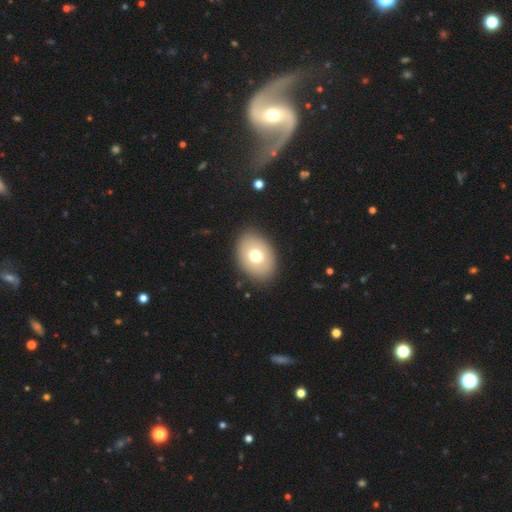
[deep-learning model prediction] A smooth galaxy with no disk features (70%) that is in between round and cigar-shaped (78%).

Vote fractions:
- Smooth or featured? smooth: 70% / featured or disk: 22% / star or artifact: 8%
- How rounded? in between: 78% / round: 21% / cigar-shaped: 1%
- Merging? none: 88% / minor disturbance: 8% / major disturbance: 3% / merger: 1%